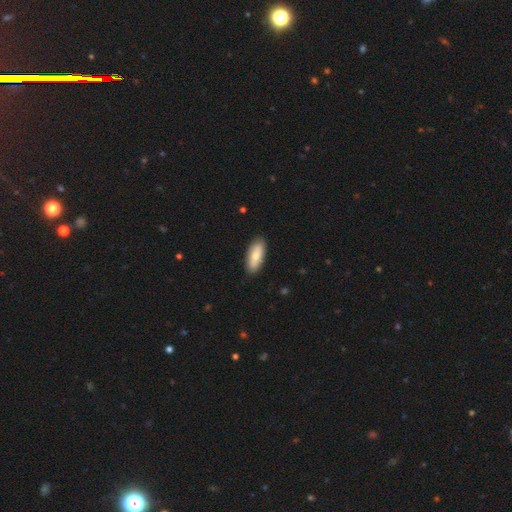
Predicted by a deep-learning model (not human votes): Overall: smooth (77%). How rounded: in between (81%). Merging: none (88%).